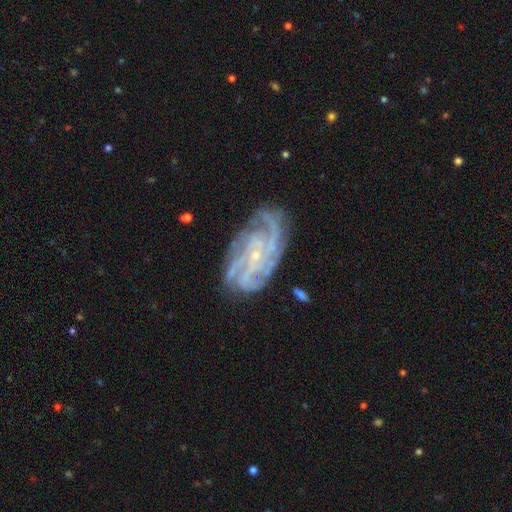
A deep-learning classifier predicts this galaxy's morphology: Smooth or featured?
  - featured or disk: 87% *
  - star or artifact: 7%
  - smooth: 5%
Edge-on disk?
  - no: 96% *
  - yes: 4%
Bar?
  - no: 62% *
  - weak: 29%
  - strong: 9%
Spiral arms?
  - yes: 97% *
  - no: 3%
Spiral winding?
  - tight: 56% *
  - medium: 36%
  - loose: 8%
Spiral arm count?
  - 4: 32% *
  - 3: 20%
  - can't tell: 19%
  - more than 4: 12%
  - 2: 10%
  - 1: 7%
Bulge size?
  - small: 83% *
  - moderate: 12%
  - none: 3%
  - large: 1%
  - dominant: 1%
Merging?
  - none: 73% *
  - minor disturbance: 18%
  - major disturbance: 7%
  - merger: 2%